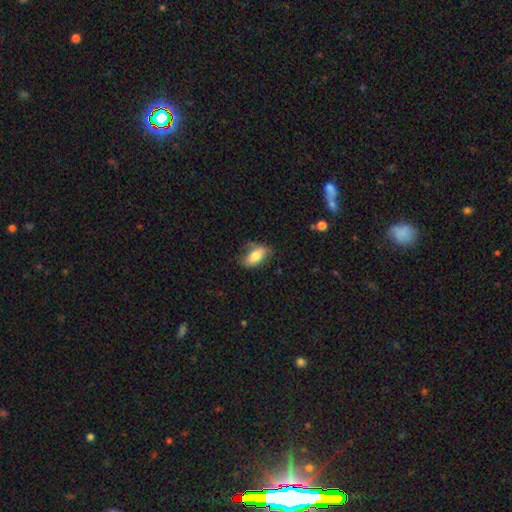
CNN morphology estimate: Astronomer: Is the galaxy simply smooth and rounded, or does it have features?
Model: smooth — 74%.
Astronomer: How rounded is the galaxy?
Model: in between — 88%.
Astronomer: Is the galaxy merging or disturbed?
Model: none — 61%.